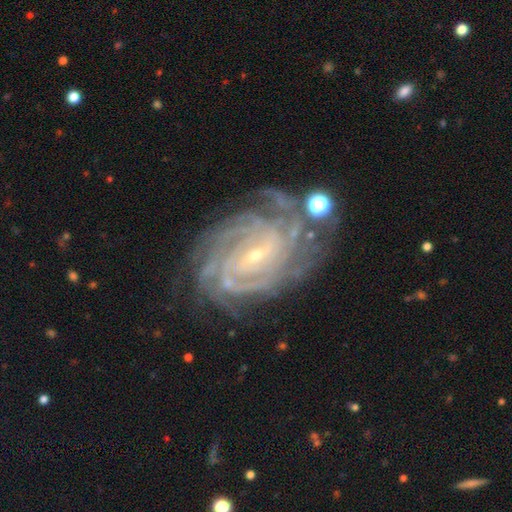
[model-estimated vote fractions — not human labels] Overall: featured or disk (91%). Edge-on disk: no (97%). Bar: weak (46%; no 29%). Spiral arms: yes (98%). Spiral arm count: 4 (31%; more than 4 21%). Spiral winding: tight (77%). Bulge size: small (81%). Merging: none (70%).